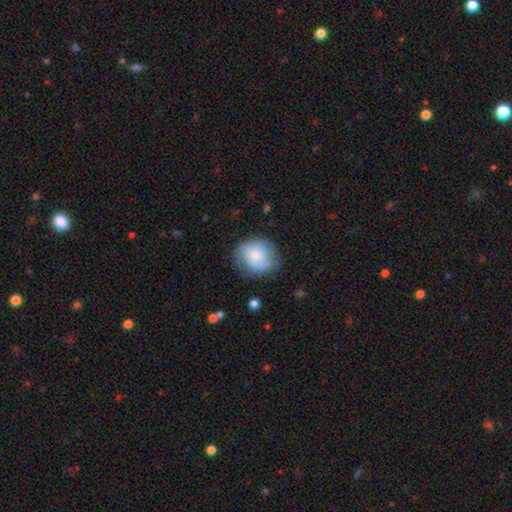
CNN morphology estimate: This appears to be a smooth galaxy with no disk features (70%) that is round (76%). Merging: none (69%).